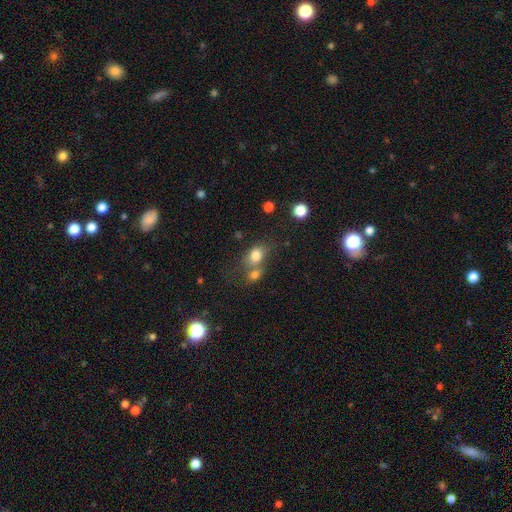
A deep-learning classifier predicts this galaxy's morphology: smooth 79%, star or artifact 11%, featured or disk 10%. Down the decision tree: how rounded — in between (60%); merging — merger (42%).